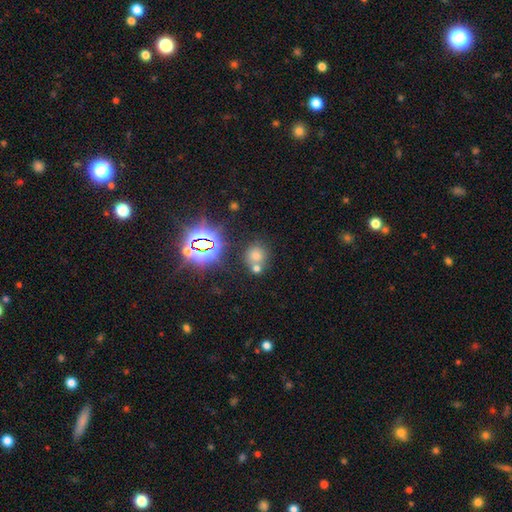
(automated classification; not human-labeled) Smooth or featured? smooth (62%)
How rounded? round (82%)
Merging? none (55%)